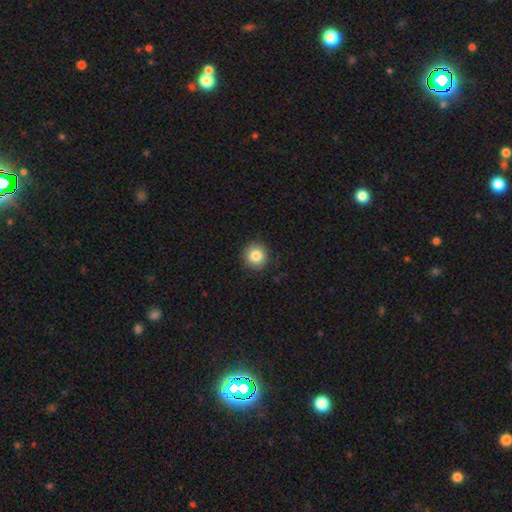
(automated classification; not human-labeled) Smooth or featured?
  - smooth: 84% *
  - star or artifact: 10%
  - featured or disk: 6%
How rounded?
  - round: 94% *
  - in between: 5%
  - cigar-shaped: 1%
Merging?
  - none: 91% *
  - minor disturbance: 6%
  - major disturbance: 2%
  - merger: 1%